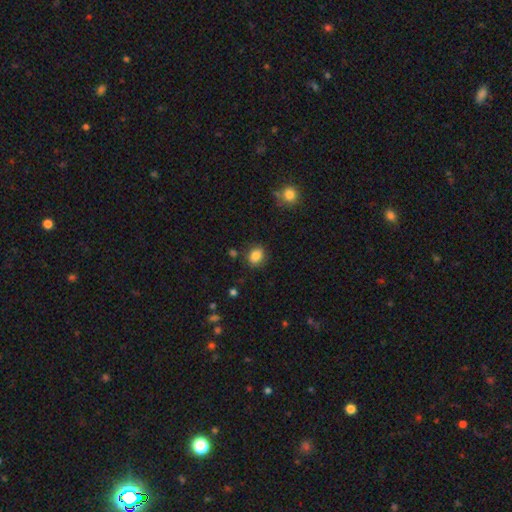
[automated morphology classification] Q: Smooth or featured?
A: smooth (84%); runner-up: star or artifact (10%)
Q: How rounded?
A: round (59%); runner-up: in between (40%)
Q: Merging?
A: none (84%); runner-up: minor disturbance (10%)